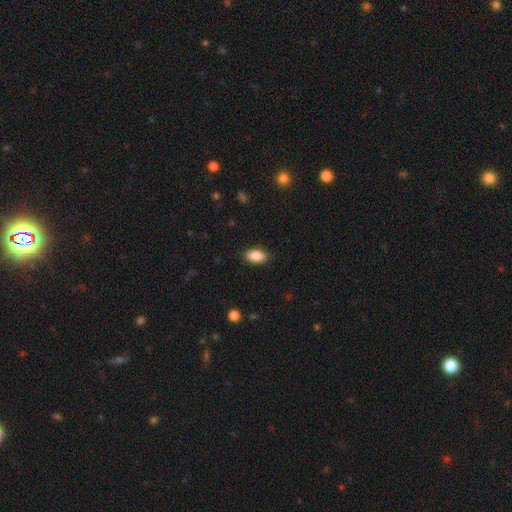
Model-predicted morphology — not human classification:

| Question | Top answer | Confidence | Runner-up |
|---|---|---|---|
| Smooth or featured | smooth | 88% | star or artifact (7%) |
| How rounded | in between | 92% | cigar-shaped (5%) |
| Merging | none | 88% | minor disturbance (9%) |